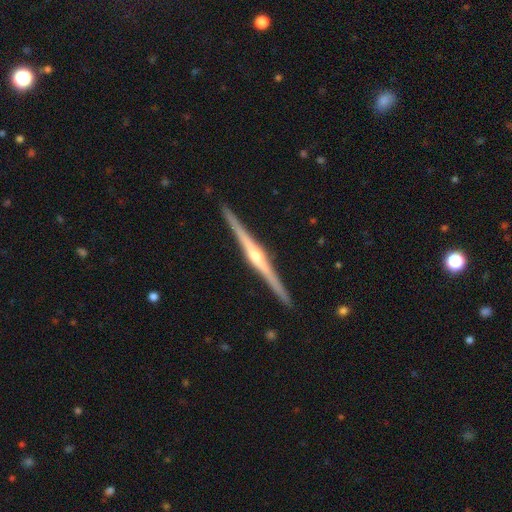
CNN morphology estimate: featured or disk 88%, smooth 8%, star or artifact 4%. Down the decision tree: edge-on disk — yes (99%); edge-on bulge — rounded (86%); merging — none (93%).